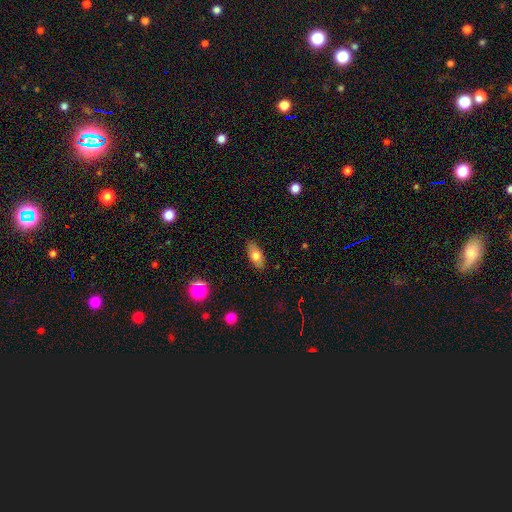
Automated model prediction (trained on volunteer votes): The model was most divided on "smooth or featured": smooth: 71%, featured or disk: 21%, star or artifact: 8%. More confident: merging — none (87%); how rounded — in between (86%).